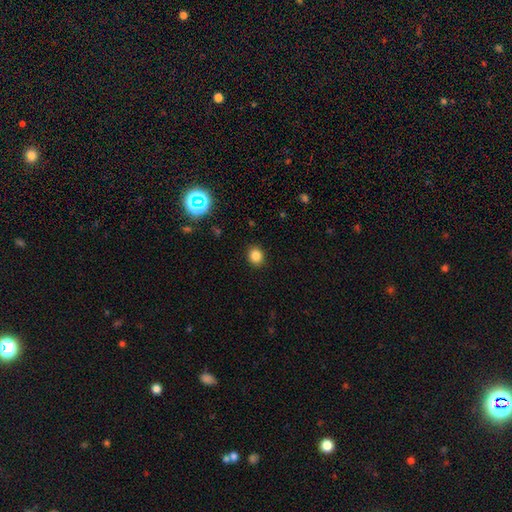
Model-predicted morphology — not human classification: smooth-or-featured: smooth: 83% | star or artifact: 13% | featured or disk: 5%
  how-rounded: round: 74% | in between: 25% | cigar-shaped: 1%
  merging: none: 90% | minor disturbance: 7% | major disturbance: 2% | merger: 1%